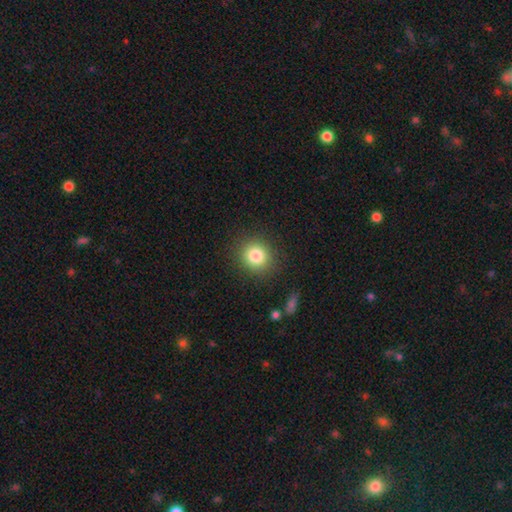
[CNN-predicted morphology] Smooth or featured? smooth (82%)
How rounded? round (86%)
Merging? none (88%)